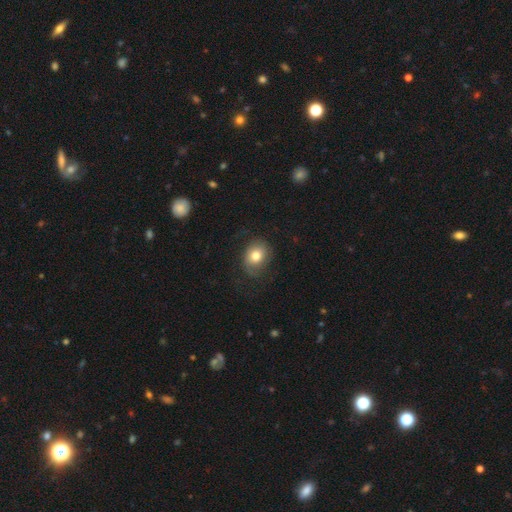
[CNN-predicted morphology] smooth 66%, featured or disk 25%, star or artifact 9%. Down the decision tree: how rounded — round (51%); merging — none (64%).